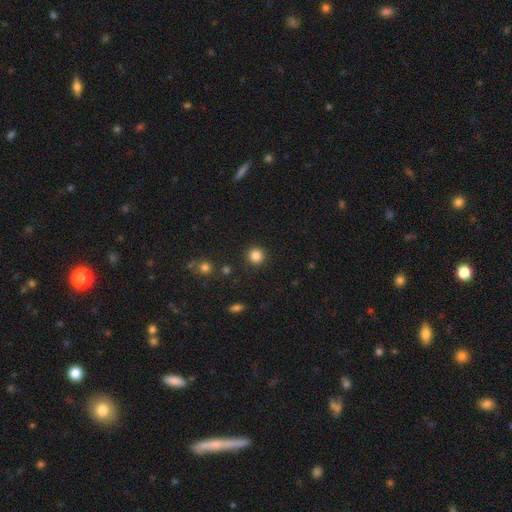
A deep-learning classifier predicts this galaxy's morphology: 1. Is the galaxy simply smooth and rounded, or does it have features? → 85% smooth, 11% star or artifact, 4% featured or disk.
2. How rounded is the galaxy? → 93% round, 6% in between, 1% cigar-shaped.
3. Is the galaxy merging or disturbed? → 91% none, 5% minor disturbance, 2% major disturbance, 2% merger.